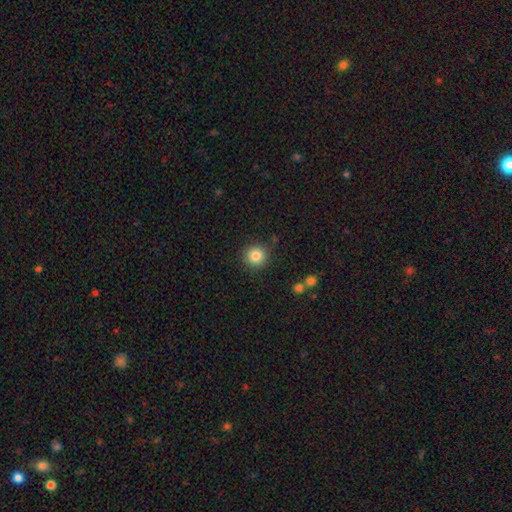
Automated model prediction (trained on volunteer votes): smooth 85%, star or artifact 10%, featured or disk 5%. Down the decision tree: how rounded — round (93%); merging — none (89%).